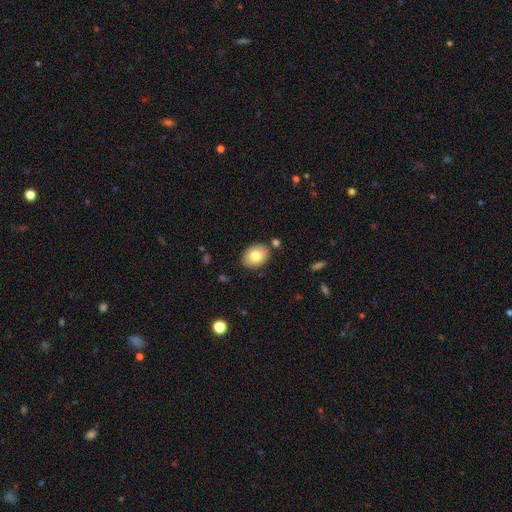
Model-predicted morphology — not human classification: A smooth galaxy with no disk features (79%) that is in between round and cigar-shaped (65%). Merging: none (82%).